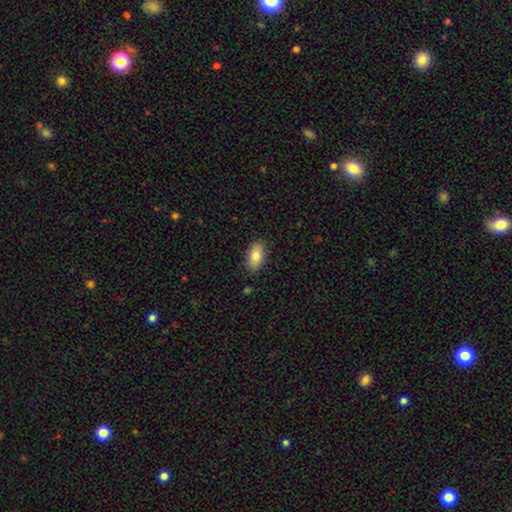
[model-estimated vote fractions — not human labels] smooth-or-featured: smooth: 82% | featured or disk: 11% | star or artifact: 7%
  how-rounded: in between: 92% | round: 4% | cigar-shaped: 3%
  merging: none: 86% | minor disturbance: 10% | major disturbance: 2% | merger: 1%